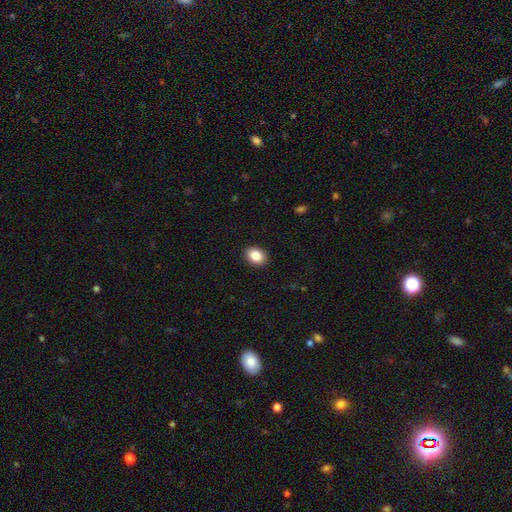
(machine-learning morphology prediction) Smooth or featured: smooth — 86% (star or artifact — 8%)
How rounded: in between — 69% (round — 30%)
Merging: none — 90% (minor disturbance — 7%)